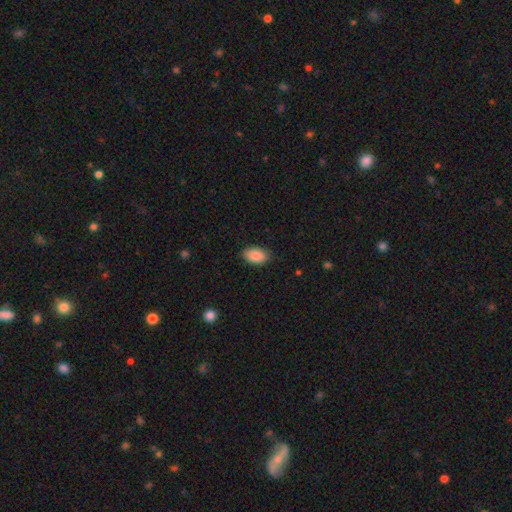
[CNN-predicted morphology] Overall: smooth (89%). How rounded: in between (92%). Merging: none (84%).